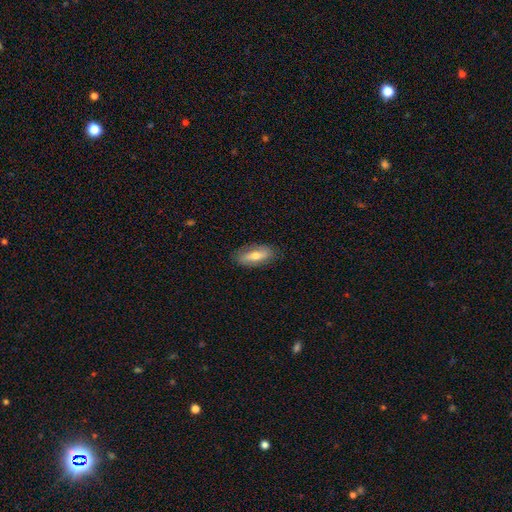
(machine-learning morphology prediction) Q: Smooth or featured?
A: smooth (54%); runner-up: featured or disk (39%)
Q: How rounded?
A: in between (71%); runner-up: cigar-shaped (26%)
Q: Merging?
A: none (83%); runner-up: minor disturbance (13%)